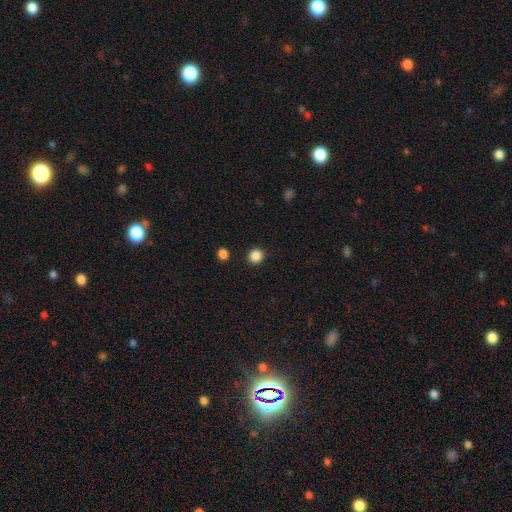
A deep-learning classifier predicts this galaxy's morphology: Overall: smooth (87%). How rounded: round (90%). Merging: none (91%).